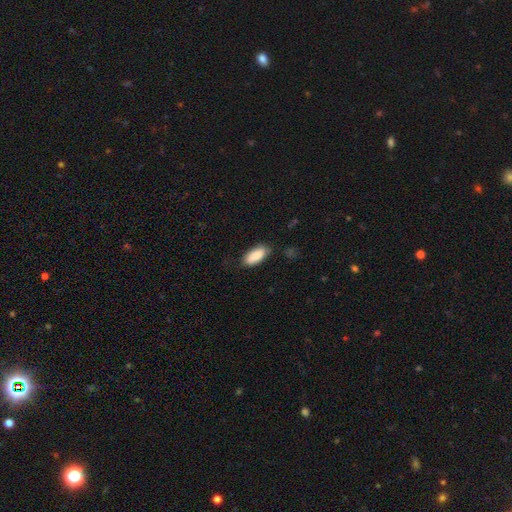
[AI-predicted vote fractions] This appears to be a smooth galaxy with no disk features (88%) that is in between round and cigar-shaped (89%). Merging: none (77%).